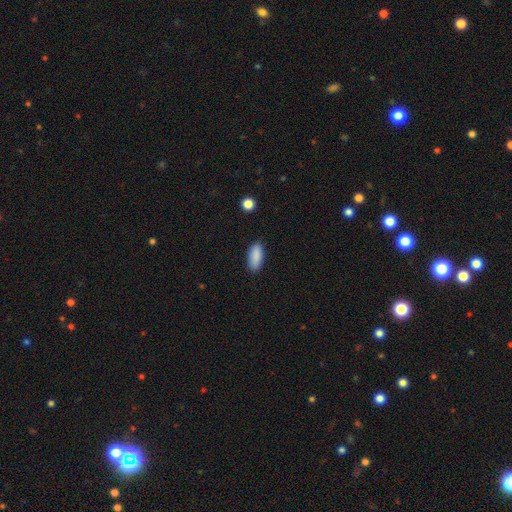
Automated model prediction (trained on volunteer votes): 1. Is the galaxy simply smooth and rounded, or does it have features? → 89% smooth, 7% star or artifact, 4% featured or disk.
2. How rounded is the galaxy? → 86% in between, 12% cigar-shaped, 2% round.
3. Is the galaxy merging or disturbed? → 87% none, 10% minor disturbance, 2% major disturbance, 1% merger.